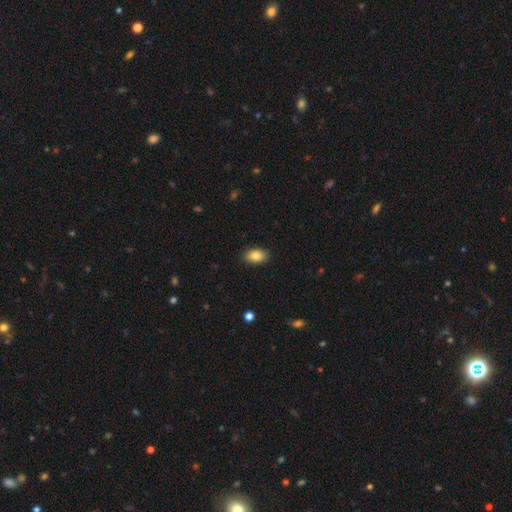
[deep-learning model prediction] Smooth or featured: smooth — 86% (star or artifact — 8%)
How rounded: in between — 91% (round — 8%)
Merging: none — 89% (minor disturbance — 8%)